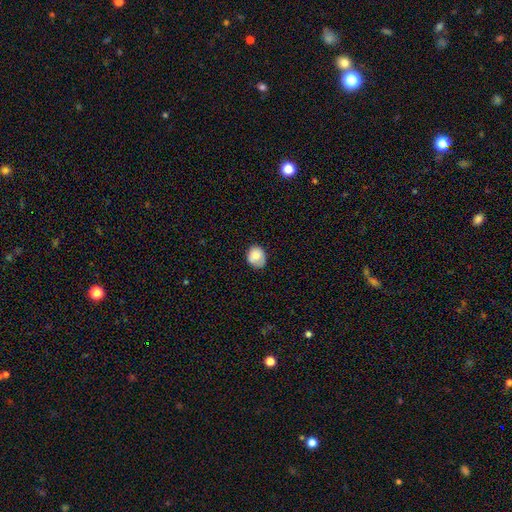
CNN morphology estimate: Smooth or featured?
  - smooth: 80% *
  - featured or disk: 12%
  - star or artifact: 8%
How rounded?
  - round: 59% *
  - in between: 40%
  - cigar-shaped: 1%
Merging?
  - none: 65% *
  - minor disturbance: 27%
  - major disturbance: 6%
  - merger: 2%